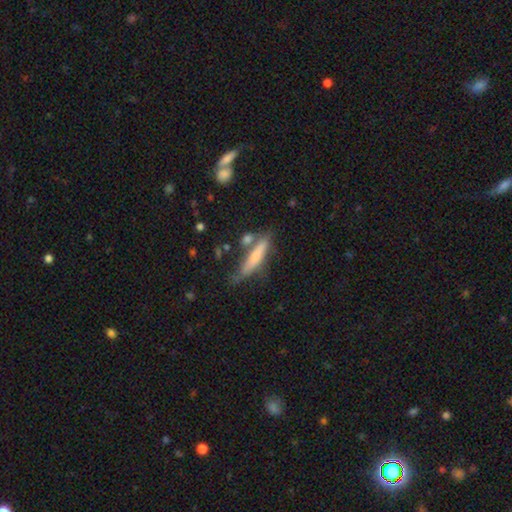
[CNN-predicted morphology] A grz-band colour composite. It shows a smooth galaxy with no disk features (62%) that is cigar-shaped (83%). Merging: none (54%).